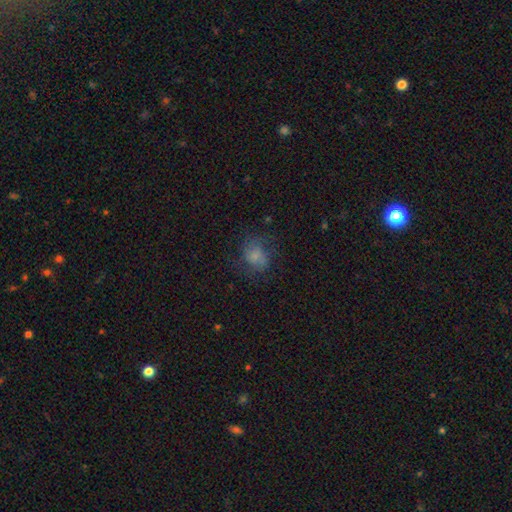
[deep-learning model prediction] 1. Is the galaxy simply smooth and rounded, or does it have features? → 59% smooth, 29% featured or disk, 12% star or artifact.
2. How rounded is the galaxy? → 60% round, 39% in between, 1% cigar-shaped.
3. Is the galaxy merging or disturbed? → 57% none, 23% minor disturbance, 19% major disturbance, 2% merger.